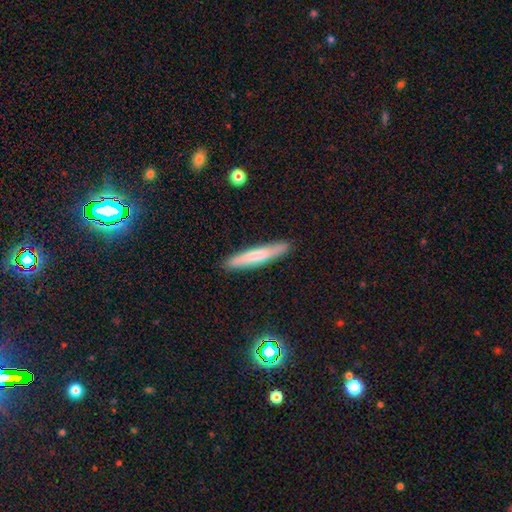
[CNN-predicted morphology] smooth 68%, featured or disk 26%, star or artifact 6%. Down the decision tree: how rounded — cigar-shaped (93%); merging — none (89%).